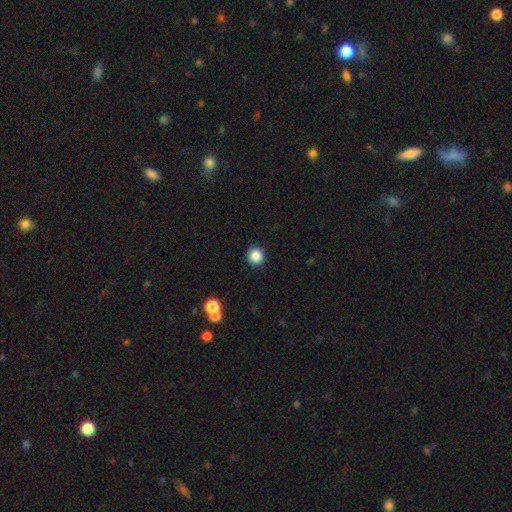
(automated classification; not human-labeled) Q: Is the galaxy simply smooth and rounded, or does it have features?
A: smooth — 86%.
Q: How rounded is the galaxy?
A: round — 94%.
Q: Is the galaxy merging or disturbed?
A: none — 91%.